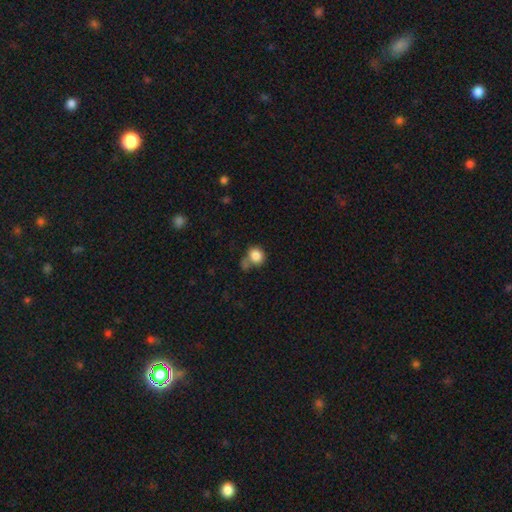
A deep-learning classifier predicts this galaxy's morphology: A smooth galaxy with no disk features (85%) that is round (80%). Merging: none (52%).